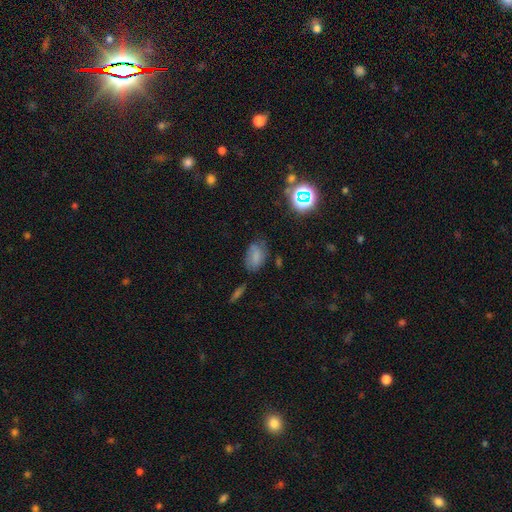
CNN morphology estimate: Smooth or featured? Predicted: smooth (p=0.70). How rounded? Predicted: in between (p=0.89). Merging? Predicted: none (p=0.60).